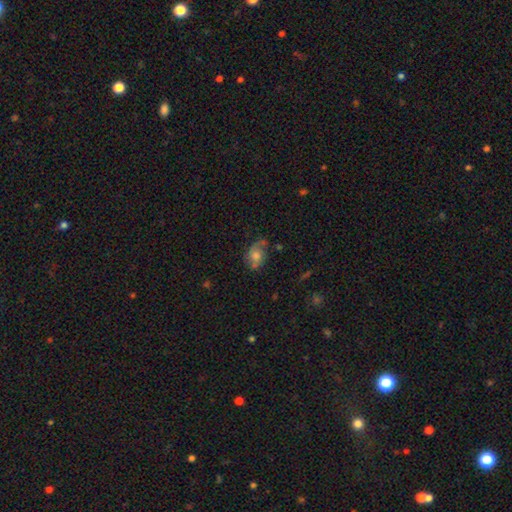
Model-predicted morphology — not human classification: Smooth or featured? smooth (48%)
Merging? none (56%)